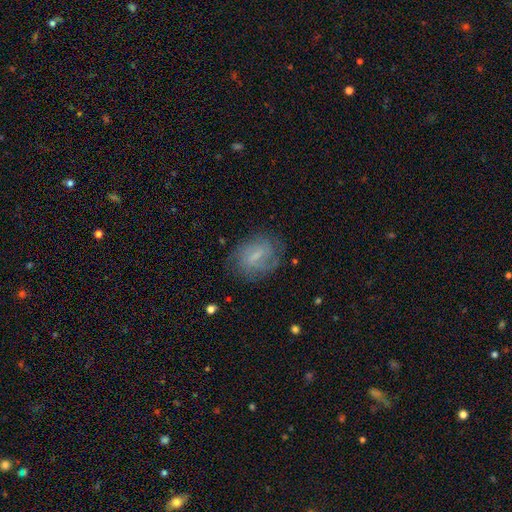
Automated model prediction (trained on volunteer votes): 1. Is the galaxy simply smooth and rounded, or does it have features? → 61% featured or disk, 30% smooth, 9% star or artifact.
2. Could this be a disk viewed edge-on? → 96% no, 4% yes.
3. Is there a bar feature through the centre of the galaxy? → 59% weak, 22% strong, 19% no.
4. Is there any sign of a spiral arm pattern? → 81% yes, 19% no.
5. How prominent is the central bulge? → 53% small, 24% none, 20% moderate, 2% large, 1% dominant.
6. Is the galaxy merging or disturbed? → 71% none, 19% minor disturbance, 8% major disturbance, 2% merger.